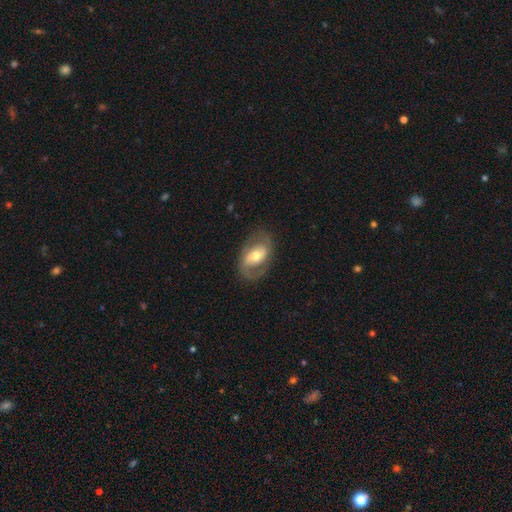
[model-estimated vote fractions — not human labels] This appears to be a featured or disk galaxy (73%) with a weak bar (42%), 2 (82%) medium (48%) spiral arms (82%) and a moderate central bulge (68%). Merging: none (74%).